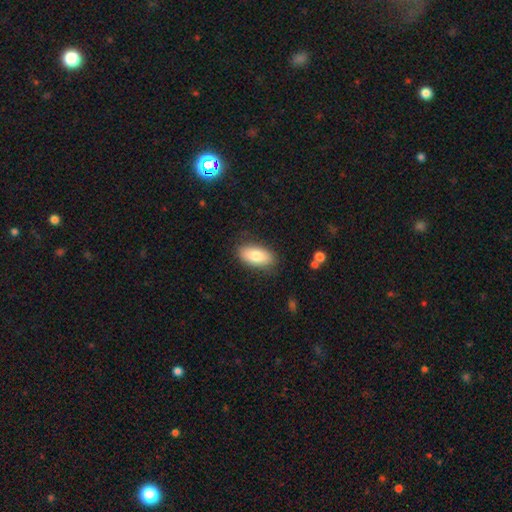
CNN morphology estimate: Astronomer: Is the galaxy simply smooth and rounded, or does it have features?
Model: smooth — 81%.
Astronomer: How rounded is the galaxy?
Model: in between — 91%.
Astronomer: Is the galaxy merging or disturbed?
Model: none — 84%.